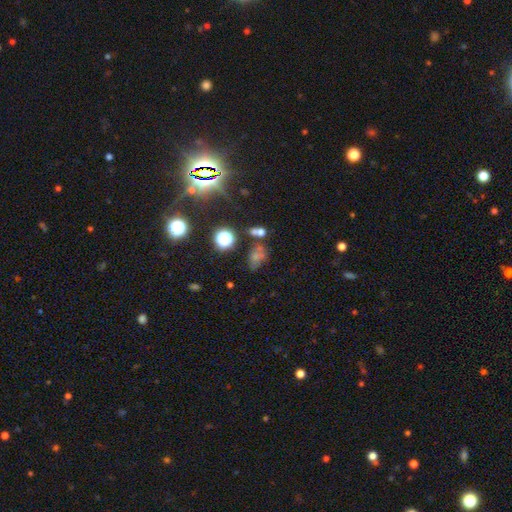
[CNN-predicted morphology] The model was most divided on "smooth or featured": star or artifact: 48%, smooth: 35%, featured or disk: 17%.